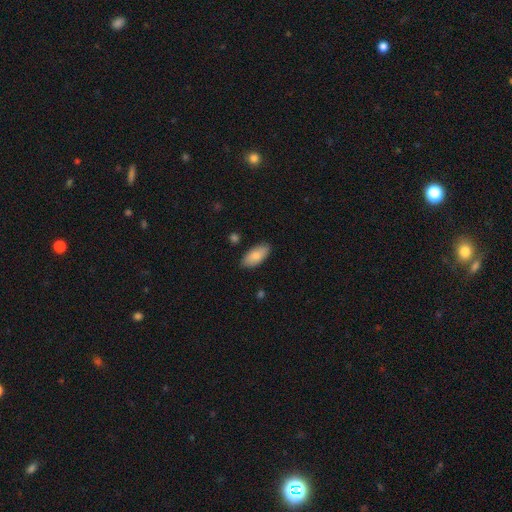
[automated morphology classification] type=smooth (83%); roundness=in between (91%); merging=none (86%).